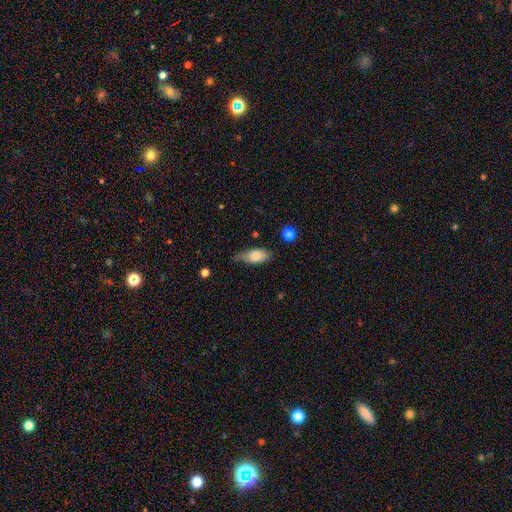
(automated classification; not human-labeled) This is likely a smooth galaxy (74%). How rounded: clearly in between (82%). Merging: possibly none (55%).